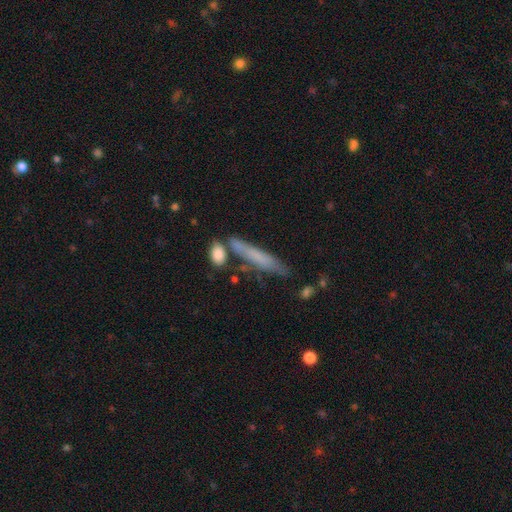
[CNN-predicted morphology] Smooth or featured: smooth — 62% (featured or disk — 29%)
How rounded: cigar-shaped — 89% (in between — 9%)
Merging: none — 69% (minor disturbance — 15%)